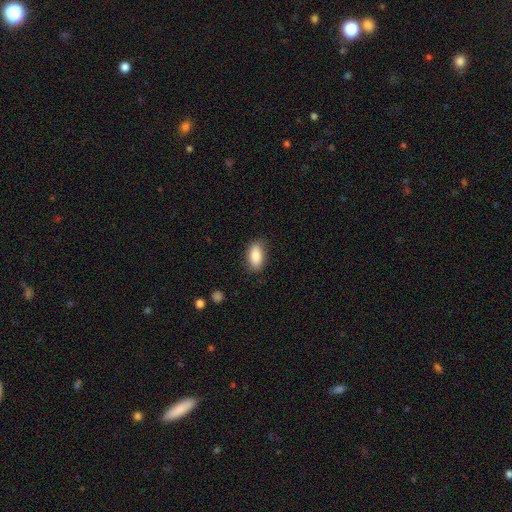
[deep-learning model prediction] smooth_or_featured: smooth (p=0.85) [alt: featured or disk p=0.08]
how_rounded: in between (p=0.89) [alt: cigar-shaped p=0.07]
merging: none (p=0.84) [alt: minor disturbance p=0.12]